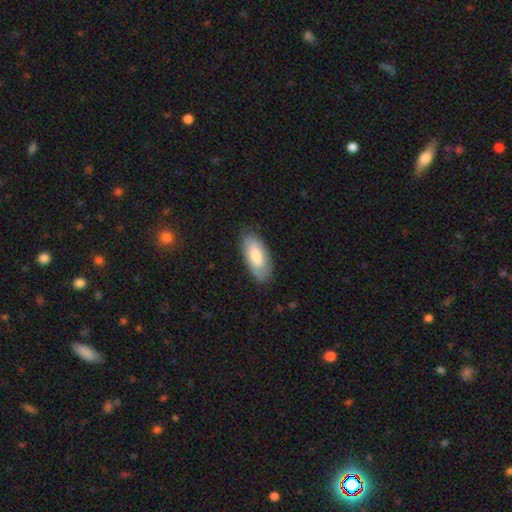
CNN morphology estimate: This is likely a smooth galaxy (69%). How rounded: clearly in between (87%). Merging: clearly none (82%).